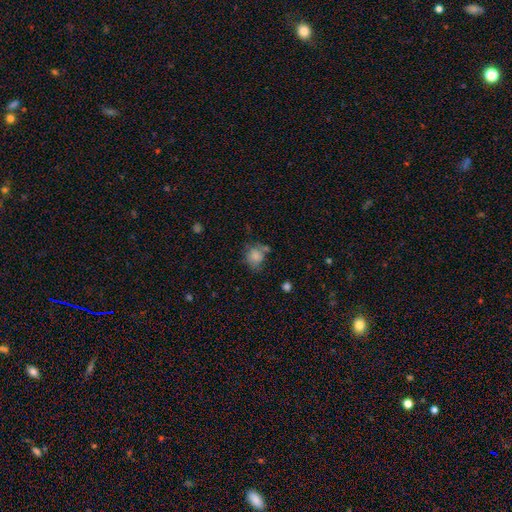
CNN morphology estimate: A smooth galaxy with no disk features (77%) that is round (64%). Merging: none (47%).